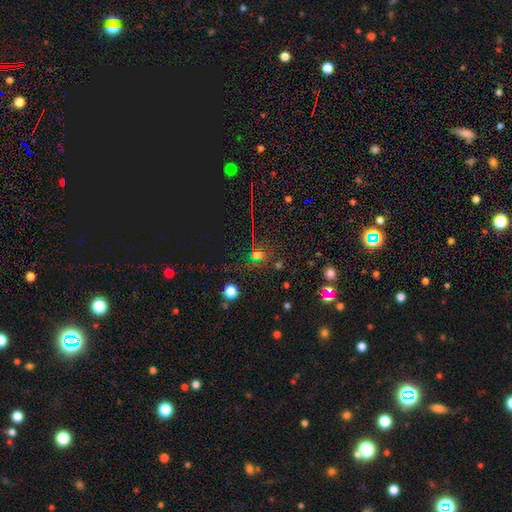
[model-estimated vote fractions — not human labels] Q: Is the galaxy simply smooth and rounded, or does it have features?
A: star or artifact — 52%.